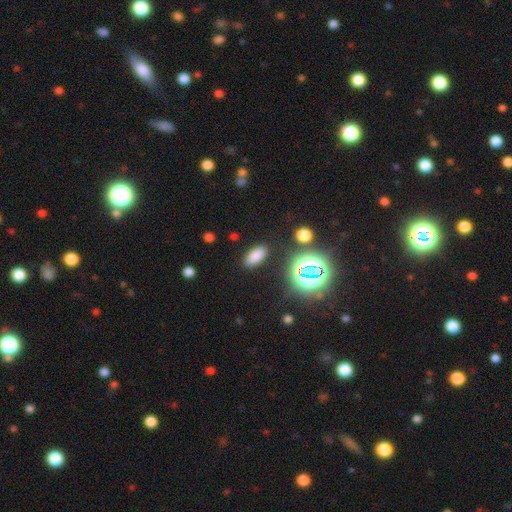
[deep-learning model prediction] smooth_or_featured: smooth (p=0.75) [alt: star or artifact p=0.18]
how_rounded: in between (p=0.86) [alt: cigar-shaped p=0.10]
merging: none (p=0.88) [alt: minor disturbance p=0.07]